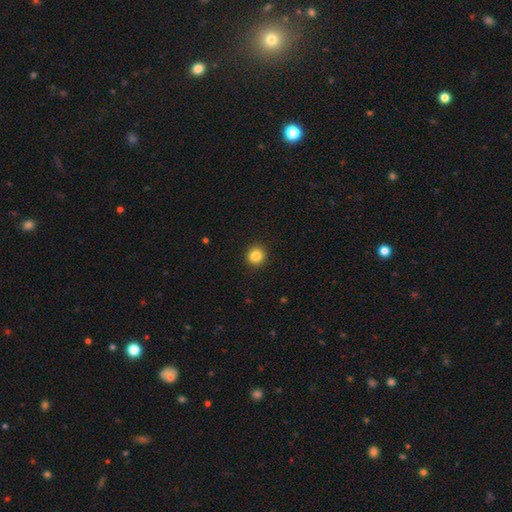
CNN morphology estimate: smooth_or_featured: smooth (p=0.85) [alt: star or artifact p=0.10]
how_rounded: round (p=0.88) [alt: in between p=0.11]
merging: none (p=0.92) [alt: minor disturbance p=0.06]